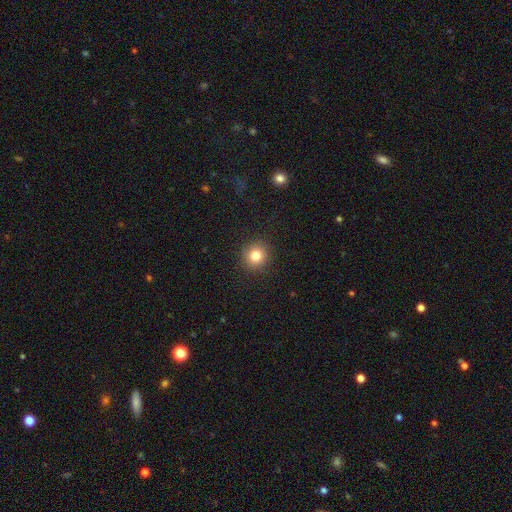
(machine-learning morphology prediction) Smooth or featured? smooth (81%)
How rounded? round (92%)
Merging? none (91%)